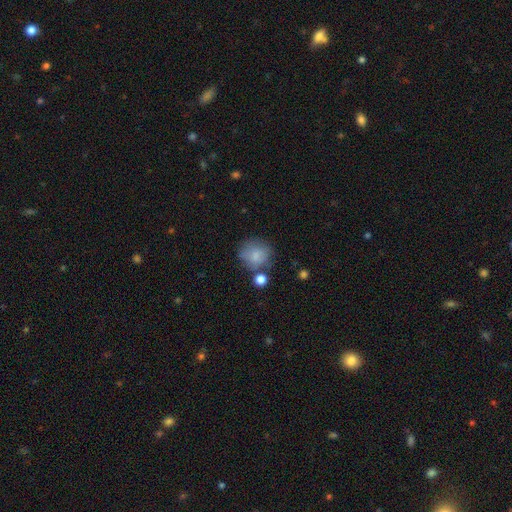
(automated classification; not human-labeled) smooth_or_featured: smooth (p=0.75) [alt: featured or disk p=0.15]
how_rounded: round (p=0.79) [alt: in between p=0.20]
merging: none (p=0.55) [alt: minor disturbance p=0.21]